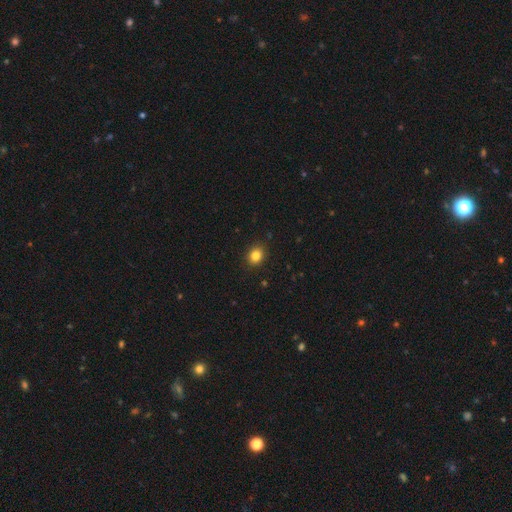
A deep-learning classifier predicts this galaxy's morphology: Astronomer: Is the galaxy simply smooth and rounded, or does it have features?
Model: smooth — 84%.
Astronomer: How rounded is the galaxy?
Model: round — 58% (runner-up: in between, 41%).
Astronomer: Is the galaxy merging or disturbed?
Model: none — 90%.